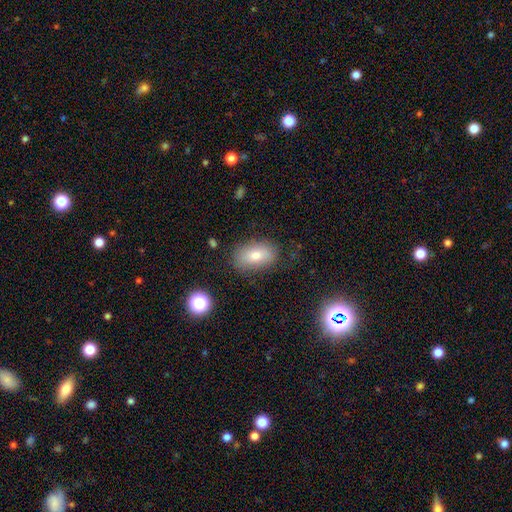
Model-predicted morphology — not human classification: Smooth or featured: smooth — 75% (featured or disk — 15%)
How rounded: in between — 89% (round — 8%)
Merging: none — 80% (minor disturbance — 14%)